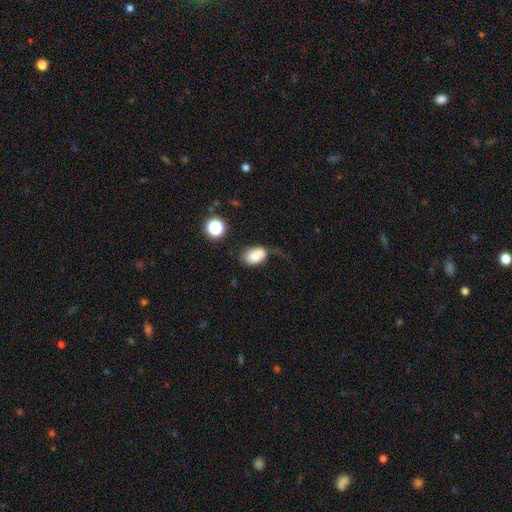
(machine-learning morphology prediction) A smooth galaxy with no disk features (76%) that is in between round and cigar-shaped (84%). Merging: none (36%).